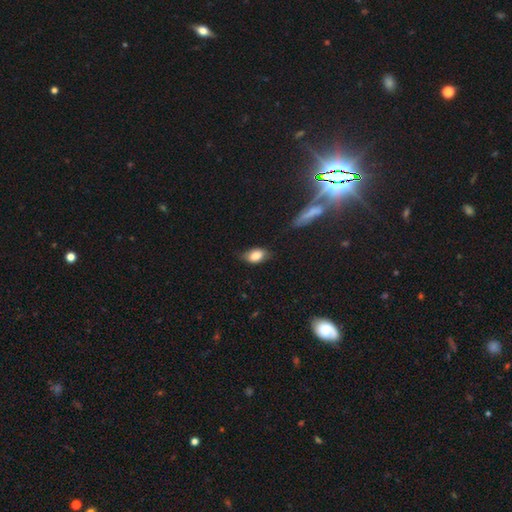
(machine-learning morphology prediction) Overall: smooth (81%). How rounded: in between (88%). Merging: none (68%).